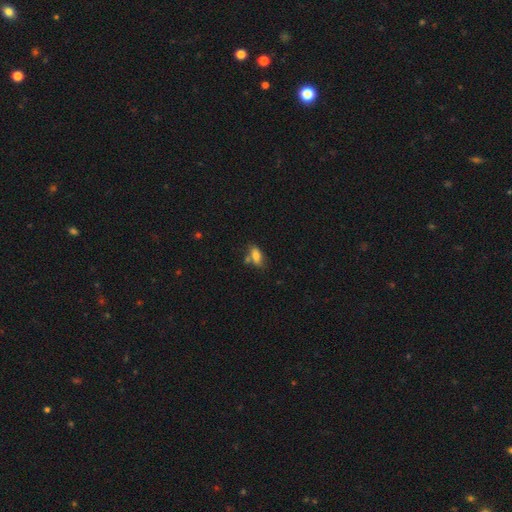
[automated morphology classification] Smooth or featured? smooth (77%)
How rounded? in between (84%)
Merging? none (57%)